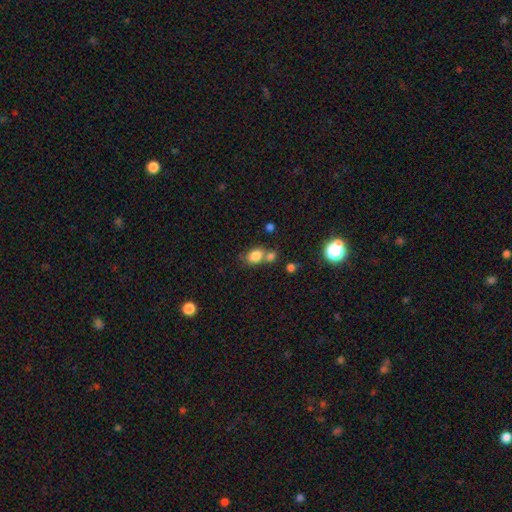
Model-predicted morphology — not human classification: This is clearly a smooth galaxy (81%). How rounded: likely in between (63%). Merging: possibly none (46%).